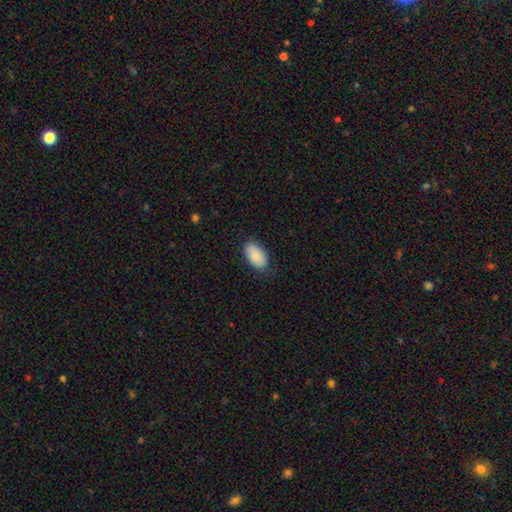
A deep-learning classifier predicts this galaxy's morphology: smooth_or_featured: smooth (p=0.87) [alt: star or artifact p=0.06]
how_rounded: in between (p=0.94) [alt: round p=0.04]
merging: none (p=0.77) [alt: minor disturbance p=0.18]